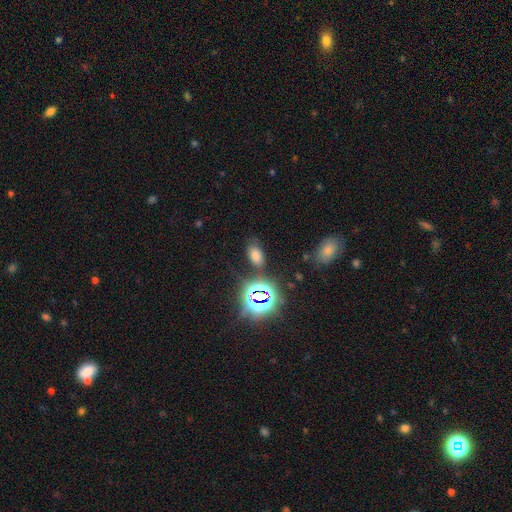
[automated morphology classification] This is likely a smooth galaxy (62%). How rounded: clearly in between (90%). Merging: likely none (76%).